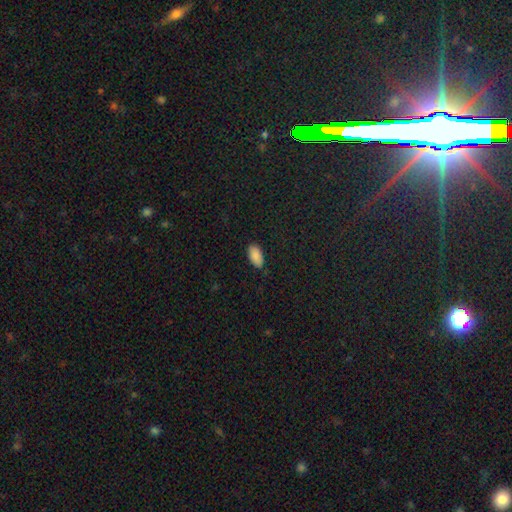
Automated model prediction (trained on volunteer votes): Q: Smooth or featured?
A: smooth (88%); runner-up: star or artifact (8%)
Q: How rounded?
A: in between (95%); runner-up: cigar-shaped (3%)
Q: Merging?
A: none (84%); runner-up: minor disturbance (13%)